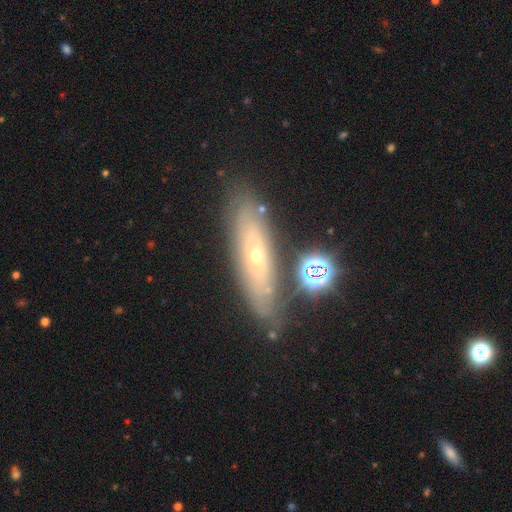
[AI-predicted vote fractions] Q: Smooth or featured?
A: featured or disk (61%); runner-up: smooth (28%)
Q: Edge-on disk?
A: no (64%); runner-up: yes (36%)
Q: Merging?
A: none (78%); runner-up: minor disturbance (13%)